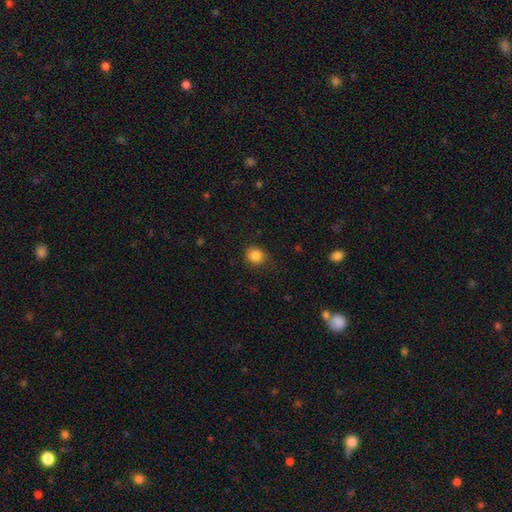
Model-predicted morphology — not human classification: This is clearly a smooth galaxy (85%). How rounded: likely round (76%). Merging: clearly none (81%).